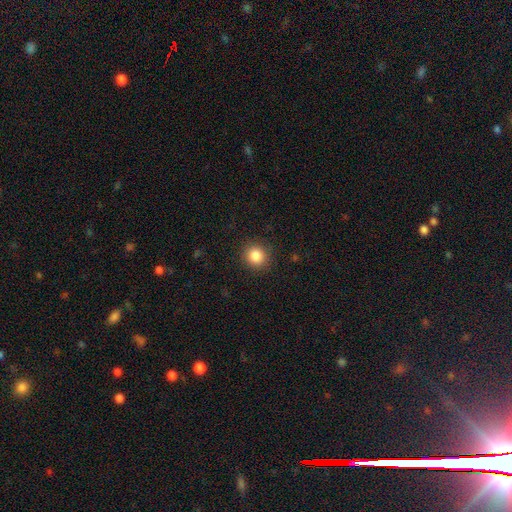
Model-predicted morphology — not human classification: Q: Smooth or featured?
A: smooth (86%); runner-up: star or artifact (10%)
Q: How rounded?
A: round (89%); runner-up: in between (10%)
Q: Merging?
A: none (90%); runner-up: minor disturbance (7%)